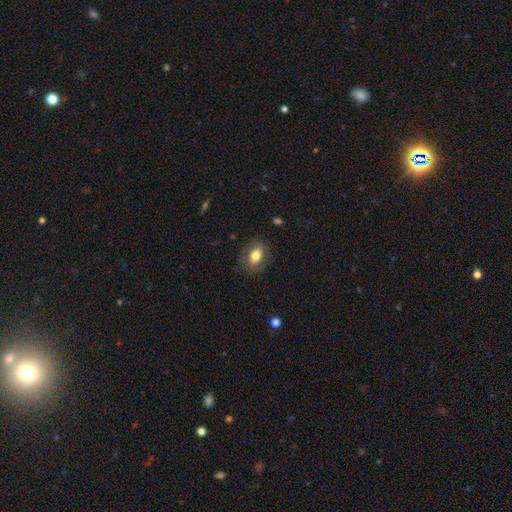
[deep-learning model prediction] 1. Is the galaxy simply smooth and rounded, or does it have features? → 69% smooth, 23% featured or disk, 8% star or artifact.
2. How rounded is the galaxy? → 74% in between, 24% round, 2% cigar-shaped.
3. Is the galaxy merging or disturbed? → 79% none, 14% minor disturbance, 6% major disturbance, 1% merger.